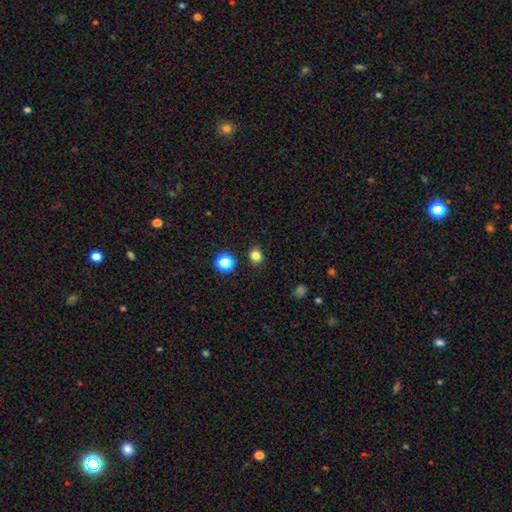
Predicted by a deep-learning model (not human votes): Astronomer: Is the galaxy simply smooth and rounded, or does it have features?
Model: smooth — 81%.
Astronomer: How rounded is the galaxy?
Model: round — 69%.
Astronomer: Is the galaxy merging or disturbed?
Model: none — 86%.